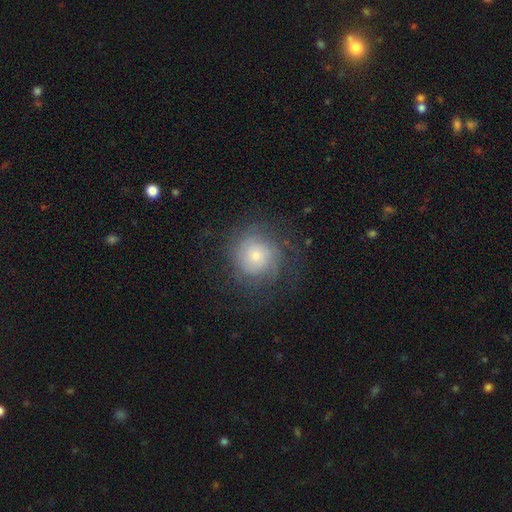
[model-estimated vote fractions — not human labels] smooth_or_featured: featured or disk (p=0.54) [alt: smooth p=0.37]
disk_edge_on: no (p=0.97) [alt: yes p=0.03]
bar: no (p=0.81) [alt: weak p=0.16]
has_spiral_arms: yes (p=0.85) [alt: no p=0.15]
bulge_size: small (p=0.47) [alt: moderate p=0.39]
merging: none (p=0.70) [alt: minor disturbance p=0.16]